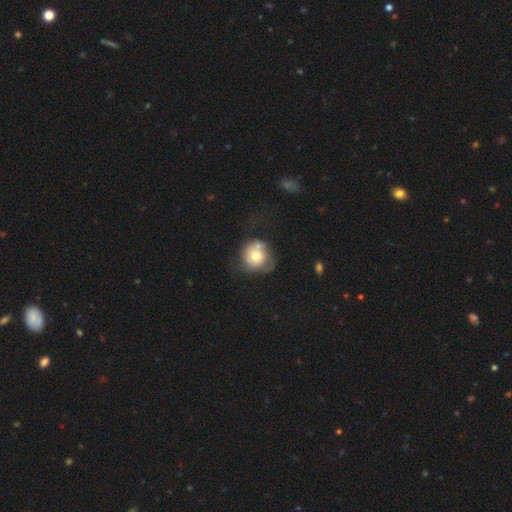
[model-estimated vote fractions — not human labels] smooth_or_featured: smooth (p=0.62) [alt: featured or disk p=0.29]
how_rounded: round (p=0.85) [alt: in between p=0.14]
merging: none (p=0.42) [alt: minor disturbance p=0.26]